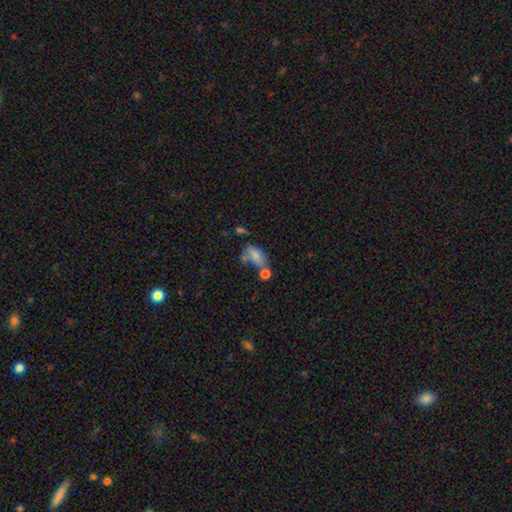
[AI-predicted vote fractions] Morphology: type=smooth (72%); roundness=in between (87%); merging=merger (39%).